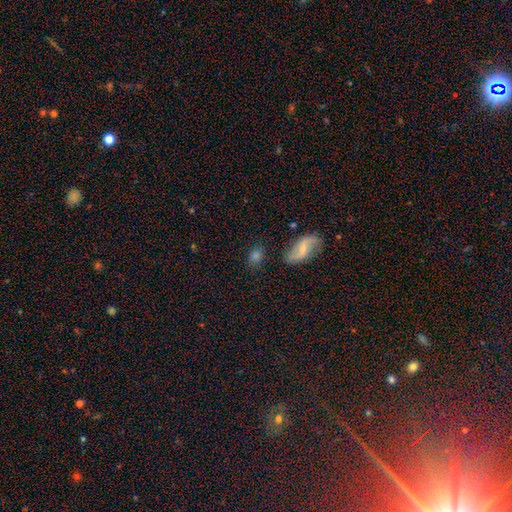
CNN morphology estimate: smooth 58%, featured or disk 27%, star or artifact 15%. Down the decision tree: how rounded — in between (64%); merging — none (74%).